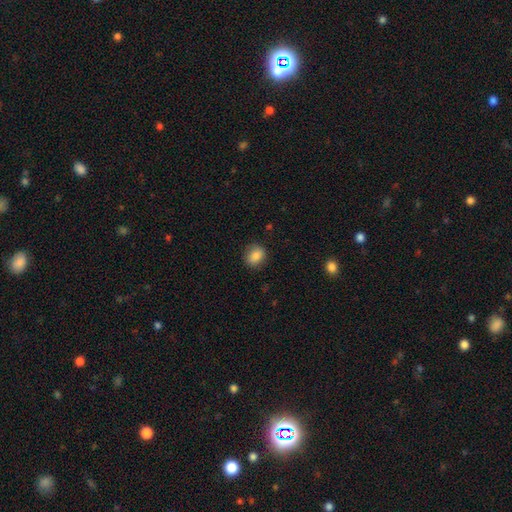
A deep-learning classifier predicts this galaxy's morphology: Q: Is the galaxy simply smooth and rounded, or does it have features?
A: smooth — 86%.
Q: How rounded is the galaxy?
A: round — 56%.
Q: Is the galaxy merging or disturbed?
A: none — 85%.